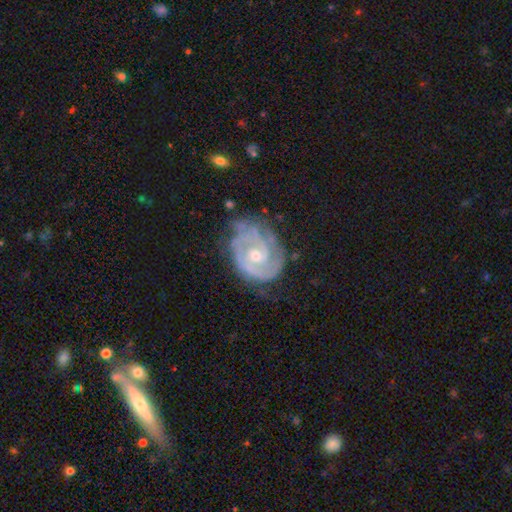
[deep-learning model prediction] featured or disk 88%, smooth 7%, star or artifact 5%. Down the decision tree: edge-on disk — no (97%); bar — no (66%); spiral arms — yes (96%); spiral arm count — 2 (41%); spiral winding — tight (68%); bulge size — moderate (52%); merging — none (63%).